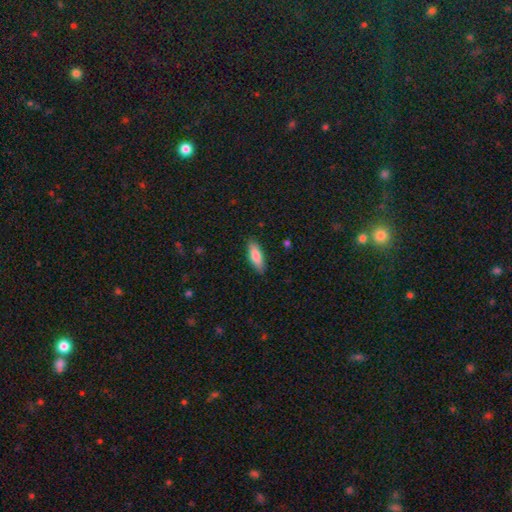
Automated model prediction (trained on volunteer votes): smooth-or-featured: smooth: 78% | featured or disk: 16% | star or artifact: 6%
  how-rounded: in between: 56% | cigar-shaped: 42% | round: 2%
  merging: none: 87% | minor disturbance: 9% | major disturbance: 2% | merger: 1%